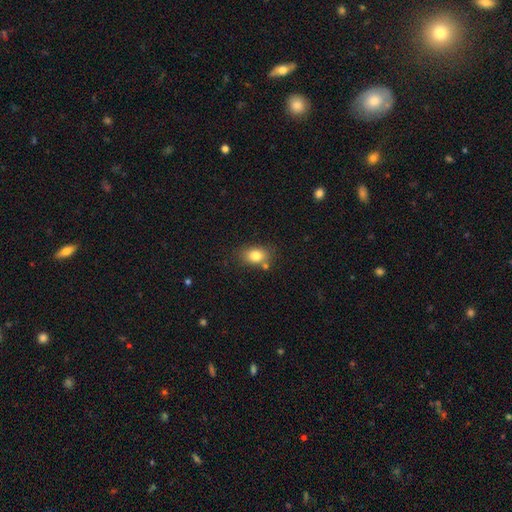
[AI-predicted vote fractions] Smooth or featured? smooth (81%)
How rounded? in between (68%)
Merging? none (72%)